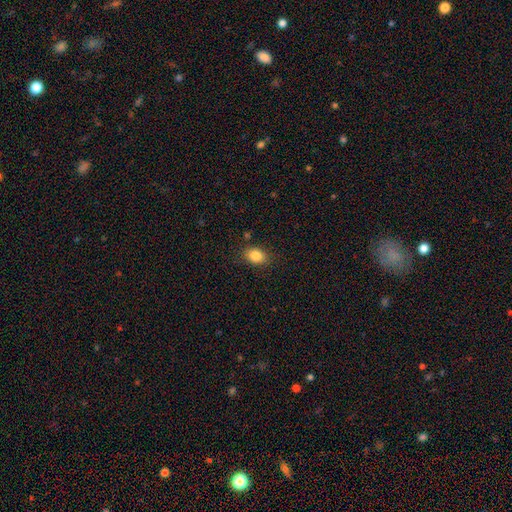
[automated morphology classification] smooth_or_featured: smooth (p=0.84) [alt: star or artifact p=0.10]
how_rounded: in between (p=0.72) [alt: round p=0.27]
merging: none (p=0.85) [alt: minor disturbance p=0.11]